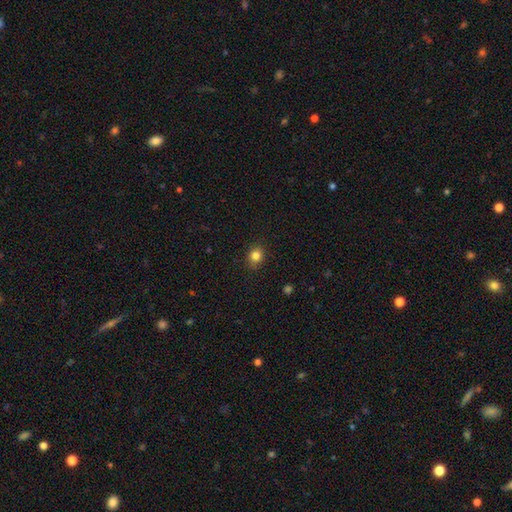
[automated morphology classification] smooth_or_featured: smooth (p=0.83) [alt: star or artifact p=0.12]
how_rounded: round (p=0.74) [alt: in between p=0.25]
merging: none (p=0.88) [alt: minor disturbance p=0.09]